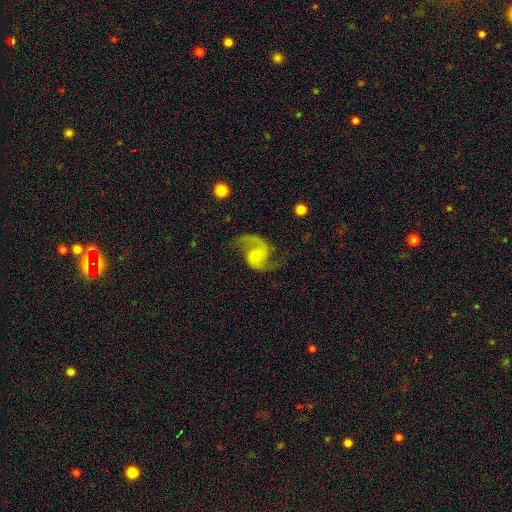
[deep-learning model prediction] Morphology: type=featured or disk (88%); edge-on=no (98%); bar=no (60%); spiral arms=yes (97%); winding=loose (58%); arm count=2 (92%); bulge=small (42%); merging=none (72%).